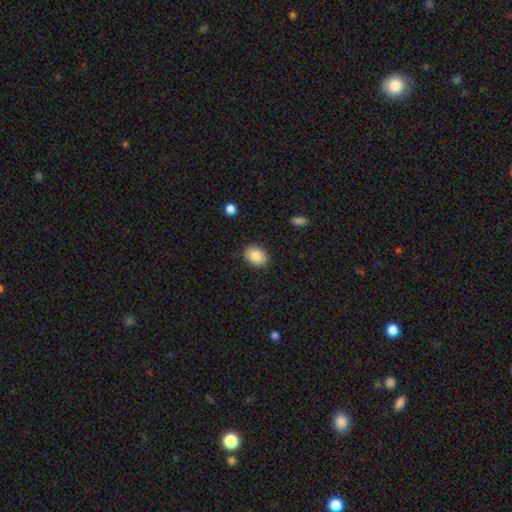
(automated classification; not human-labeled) Smooth or featured: smooth — 86% (star or artifact — 7%)
How rounded: in between — 75% (round — 24%)
Merging: none — 86% (minor disturbance — 10%)